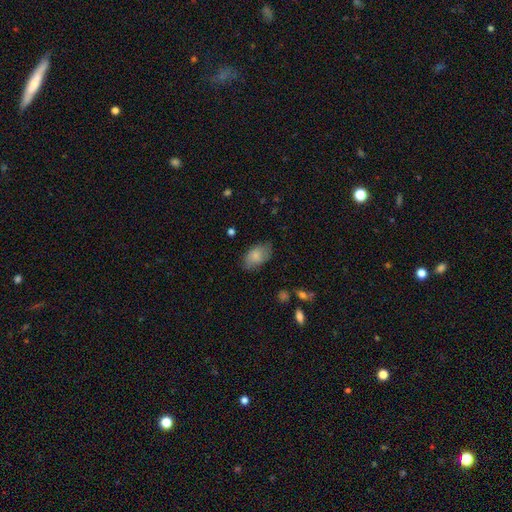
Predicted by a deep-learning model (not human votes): This is likely a smooth galaxy (79%). How rounded: clearly in between (92%). Merging: likely none (72%).